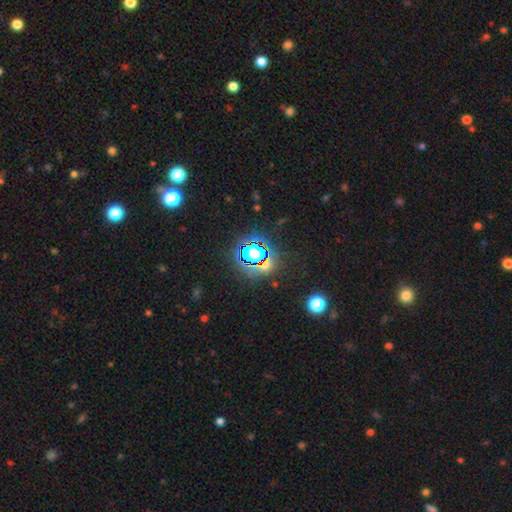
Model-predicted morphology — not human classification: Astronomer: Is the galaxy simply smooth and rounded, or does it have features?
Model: star or artifact — 70%.